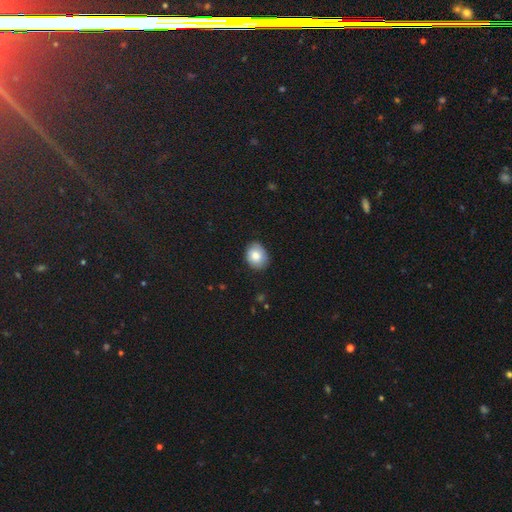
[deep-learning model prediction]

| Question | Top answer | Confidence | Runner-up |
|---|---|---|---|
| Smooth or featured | smooth | 81% | featured or disk (11%) |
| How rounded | round | 52% | in between (47%) |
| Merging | none | 82% | minor disturbance (15%) |